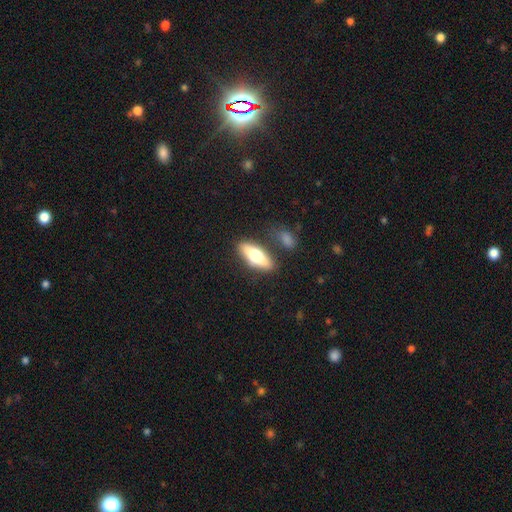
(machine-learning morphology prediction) Smooth or featured?
  - smooth: 58% *
  - featured or disk: 36%
  - star or artifact: 6%
How rounded?
  - in between: 54% *
  - cigar-shaped: 44%
  - round: 3%
Merging?
  - none: 78% *
  - minor disturbance: 12%
  - merger: 6%
  - major disturbance: 4%